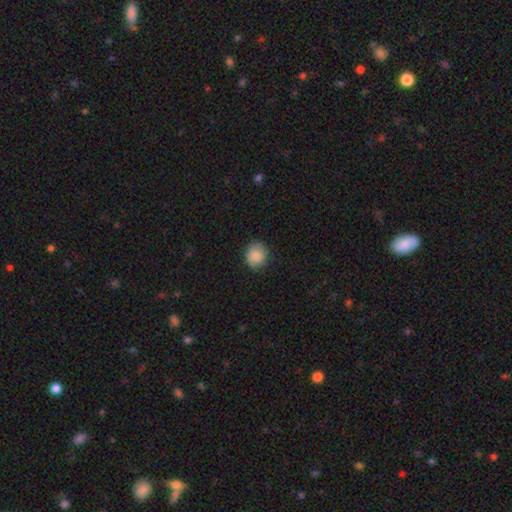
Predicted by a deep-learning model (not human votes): Smooth or featured?
  - smooth: 87% *
  - star or artifact: 7%
  - featured or disk: 6%
How rounded?
  - round: 83% *
  - in between: 16%
  - cigar-shaped: 1%
Merging?
  - none: 83% *
  - minor disturbance: 13%
  - major disturbance: 3%
  - merger: 1%